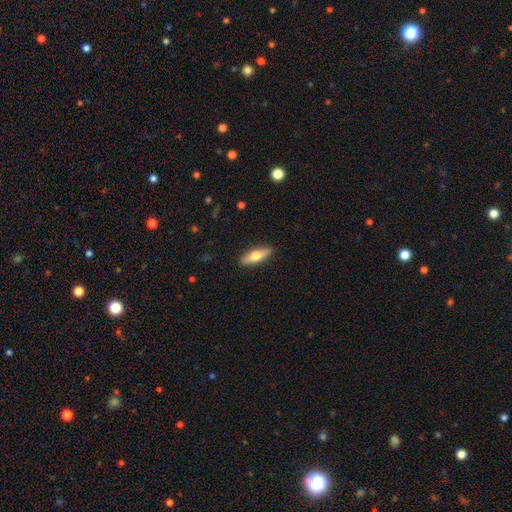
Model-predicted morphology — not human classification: type=smooth (55%); roundness=in between (49%); merging=none (89%).